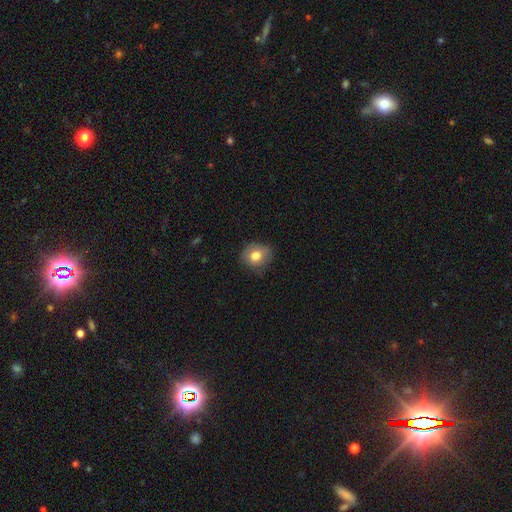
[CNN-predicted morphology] This is likely a smooth galaxy (79%). How rounded: likely round (70%). Merging: likely none (70%).